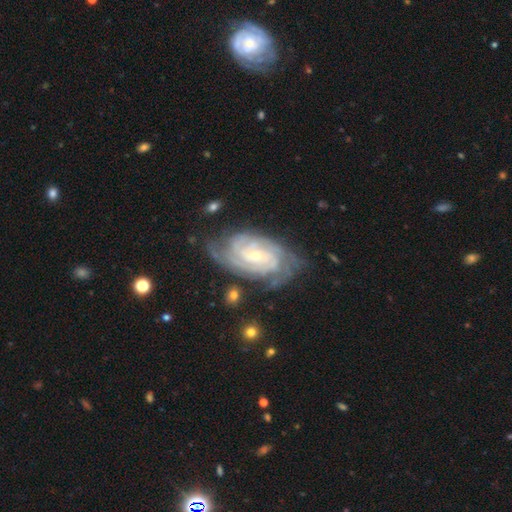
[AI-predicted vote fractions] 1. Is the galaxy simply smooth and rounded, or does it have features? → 90% featured or disk, 6% smooth, 5% star or artifact.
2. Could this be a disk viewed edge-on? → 97% no, 3% yes.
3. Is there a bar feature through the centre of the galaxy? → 54% no, 35% weak, 11% strong.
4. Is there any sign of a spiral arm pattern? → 98% yes, 2% no.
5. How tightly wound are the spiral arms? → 76% tight, 21% medium, 3% loose.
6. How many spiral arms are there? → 25% can't tell, 22% 4, 22% 3, 19% 2, 7% more than 4, 6% 1.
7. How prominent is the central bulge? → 69% small, 28% moderate, 1% large, 1% none, 1% dominant.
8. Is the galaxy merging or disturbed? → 69% none, 21% minor disturbance, 8% major disturbance, 2% merger.